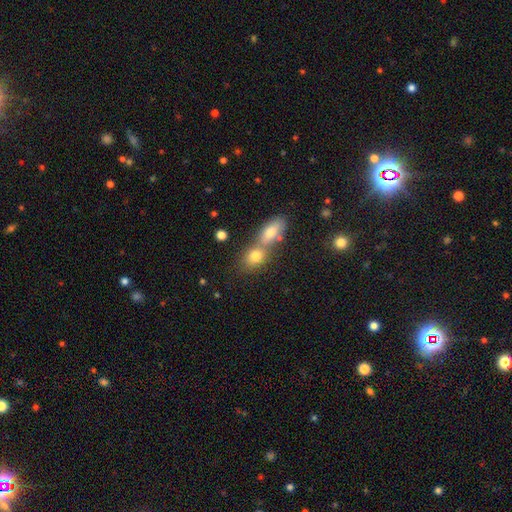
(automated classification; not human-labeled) smooth_or_featured: smooth (p=0.76) [alt: featured or disk p=0.13]
how_rounded: in between (p=0.60) [alt: round p=0.35]
merging: merger (p=0.56) [alt: none p=0.34]